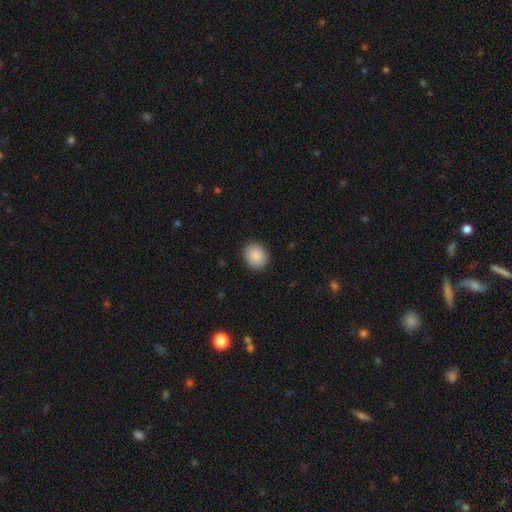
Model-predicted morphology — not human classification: type=smooth (88%); roundness=round (64%); merging=none (89%).